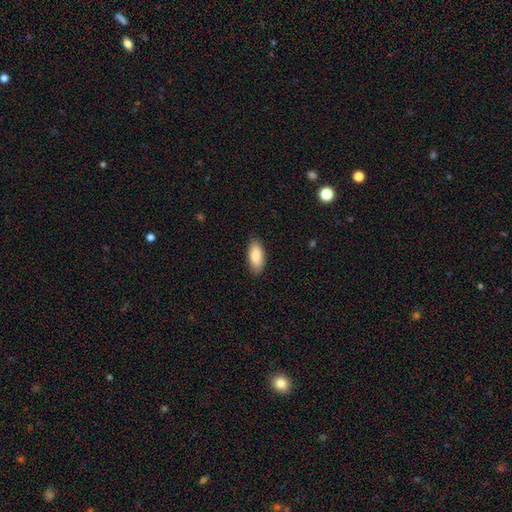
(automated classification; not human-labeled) Smooth or featured?
  - smooth: 87% *
  - featured or disk: 7%
  - star or artifact: 6%
How rounded?
  - in between: 85% *
  - cigar-shaped: 13%
  - round: 2%
Merging?
  - none: 86% *
  - minor disturbance: 10%
  - major disturbance: 2%
  - merger: 1%